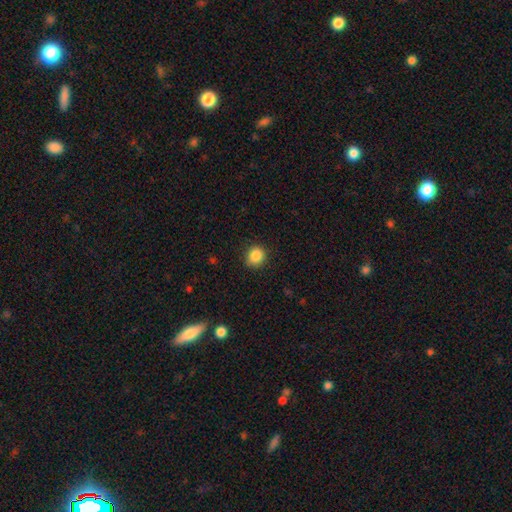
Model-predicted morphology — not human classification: The model was most divided on "how rounded": round: 81%, in between: 18%, cigar-shaped: 1%. More confident: merging — none (88%); smooth or featured — smooth (87%).